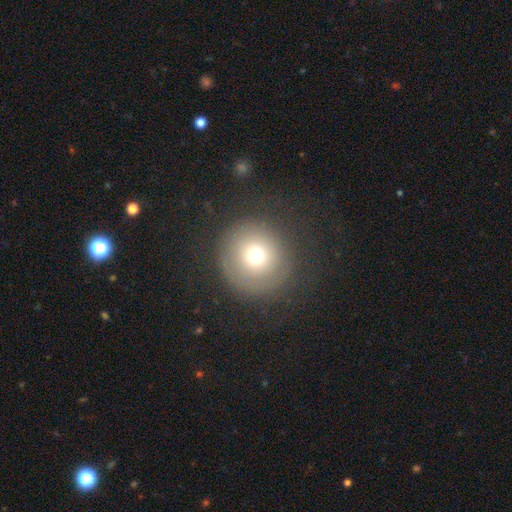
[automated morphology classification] Smooth or featured? Predicted: smooth (p=0.67). How rounded? Predicted: round (p=0.95). Merging? Predicted: none (p=0.80).